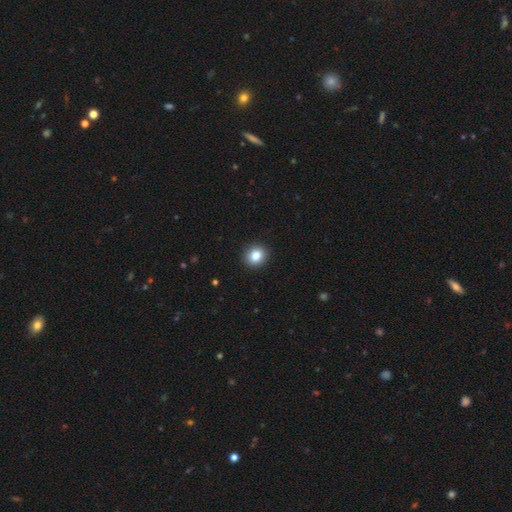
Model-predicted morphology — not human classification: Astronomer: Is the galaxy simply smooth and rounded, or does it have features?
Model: smooth — 84%.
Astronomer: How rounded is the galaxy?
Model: round — 82%.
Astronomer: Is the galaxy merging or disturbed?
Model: none — 92%.